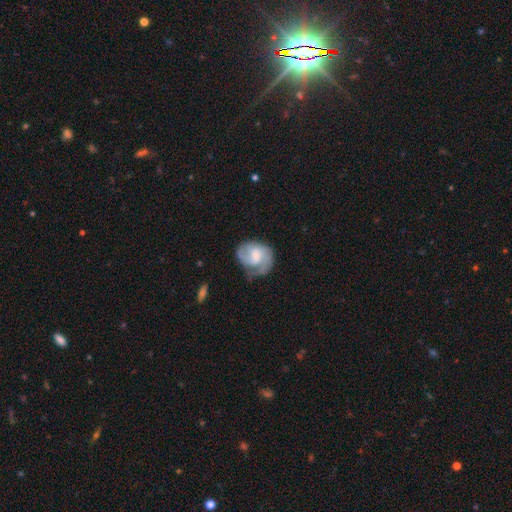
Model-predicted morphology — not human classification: type=featured or disk (71%); edge-on=no (98%); bar=weak (49%); spiral arms=yes (91%); winding=medium (47%); arm count=2 (58%); bulge=small (42%); merging=none (51%).